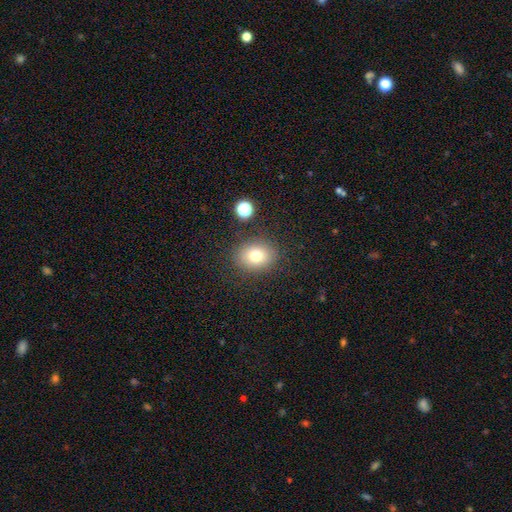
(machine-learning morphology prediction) smooth 77%, star or artifact 12%, featured or disk 10%. Down the decision tree: how rounded — round (50%); merging — none (84%).